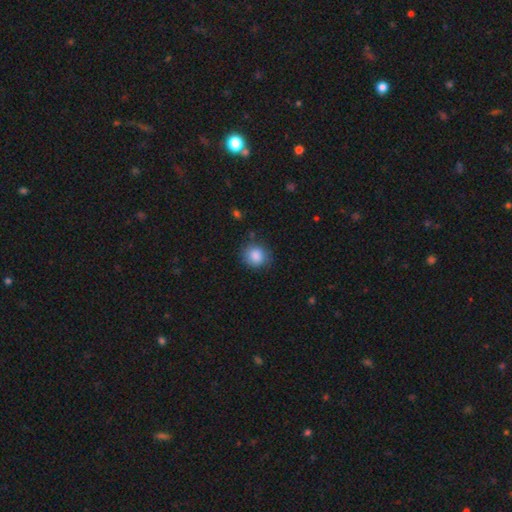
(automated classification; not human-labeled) smooth-or-featured: smooth: 86% | star or artifact: 8% | featured or disk: 5%
  how-rounded: round: 81% | in between: 18% | cigar-shaped: 1%
  merging: none: 79% | minor disturbance: 15% | major disturbance: 4% | merger: 2%